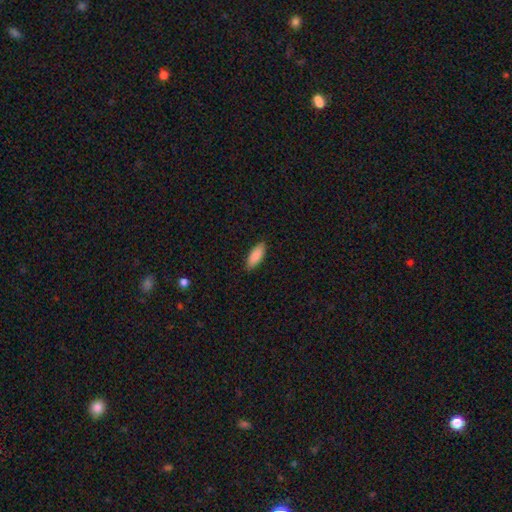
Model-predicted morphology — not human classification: Smooth or featured? smooth (89%)
How rounded? in between (75%)
Merging? none (88%)